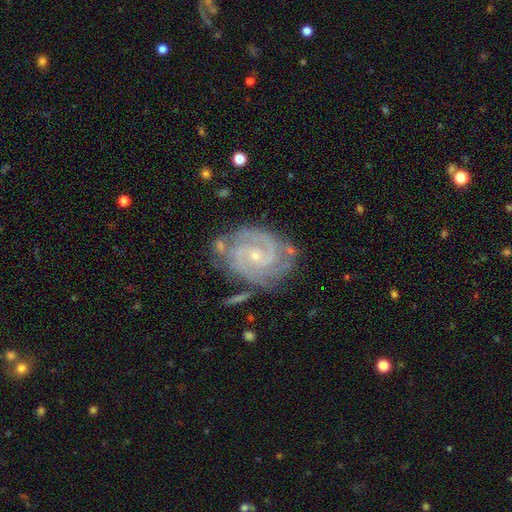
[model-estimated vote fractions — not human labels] Smooth or featured: featured or disk — 91% (star or artifact — 5%)
Edge-on disk: no — 98% (yes — 2%)
Bar: no — 61% (weak — 31%)
Spiral arms: yes — 98% (no — 2%)
Spiral winding: tight — 70% (medium — 27%)
Spiral arm count: 2 — 58% (3 — 21%)
Bulge size: small — 77% (moderate — 20%)
Merging: none — 69% (minor disturbance — 21%)